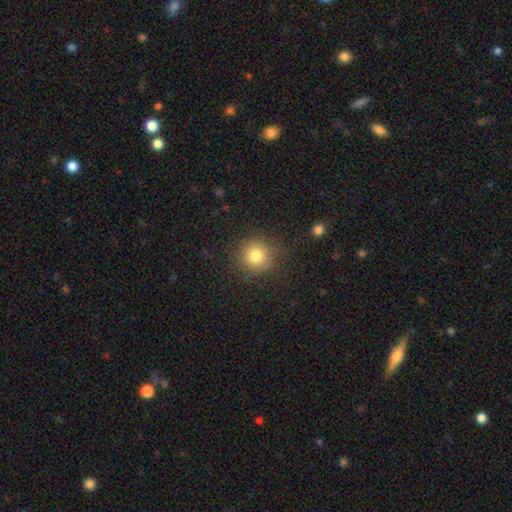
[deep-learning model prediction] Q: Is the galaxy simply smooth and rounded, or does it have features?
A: smooth — 80%.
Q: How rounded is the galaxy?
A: round — 92%.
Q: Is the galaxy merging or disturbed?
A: none — 87%.